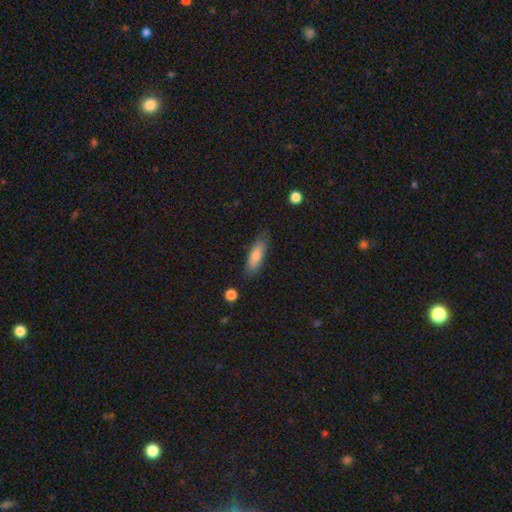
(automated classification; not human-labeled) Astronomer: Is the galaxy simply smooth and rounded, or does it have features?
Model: smooth — 79%.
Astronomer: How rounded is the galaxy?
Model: cigar-shaped — 53% (runner-up: in between, 45%).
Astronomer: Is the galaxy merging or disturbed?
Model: none — 81%.